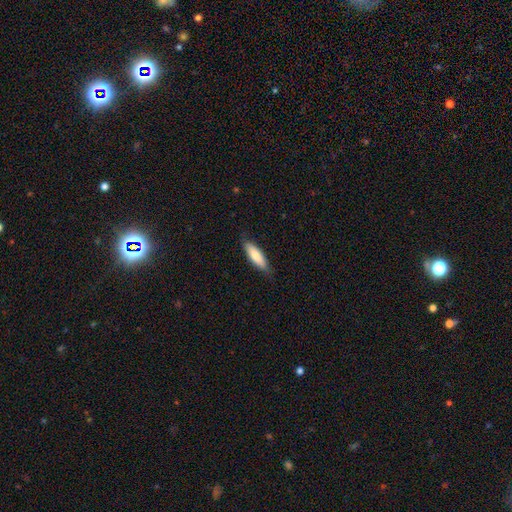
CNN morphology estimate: Smooth or featured: smooth — 77% (featured or disk — 18%)
How rounded: cigar-shaped — 53% (in between — 46%)
Merging: none — 82% (minor disturbance — 14%)